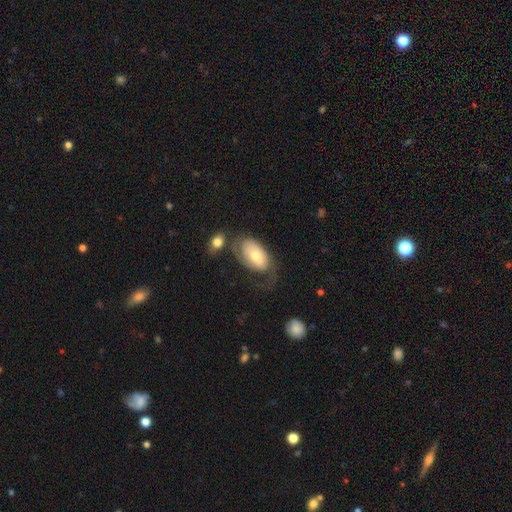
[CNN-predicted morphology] The model was most divided on "merging" (2-way tie): major disturbance: 33%, none: 33%, minor disturbance: 23%, merger: 11%. More confident: how rounded — in between (92%); smooth or featured — smooth (53%).